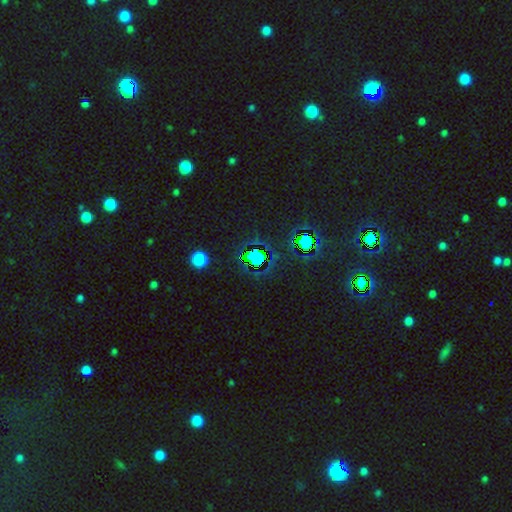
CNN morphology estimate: The model was most divided on "smooth or featured": star or artifact: 76%, smooth: 14%, featured or disk: 9%.